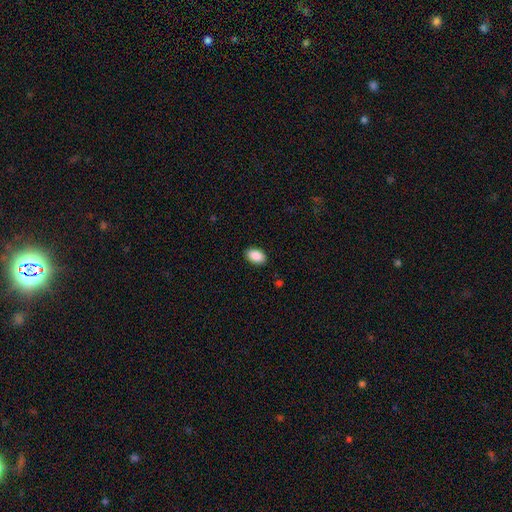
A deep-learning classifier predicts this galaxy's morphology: smooth-or-featured: smooth: 90% | star or artifact: 7% | featured or disk: 3%
  how-rounded: in between: 90% | round: 9% | cigar-shaped: 1%
  merging: none: 89% | minor disturbance: 8% | major disturbance: 2% | merger: 1%